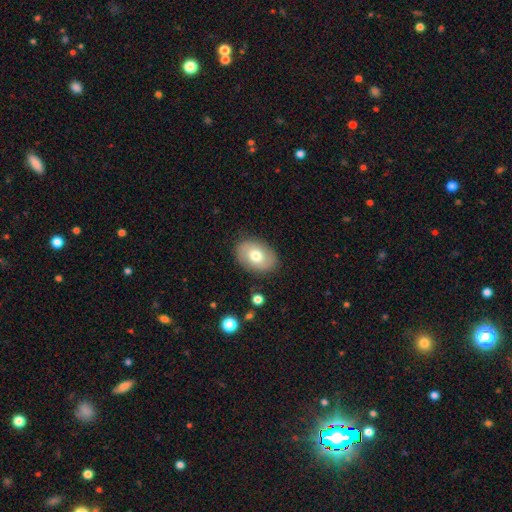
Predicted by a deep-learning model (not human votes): Smooth or featured: smooth — 62% (featured or disk — 31%)
How rounded: in between — 80% (round — 19%)
Merging: none — 85% (minor disturbance — 11%)